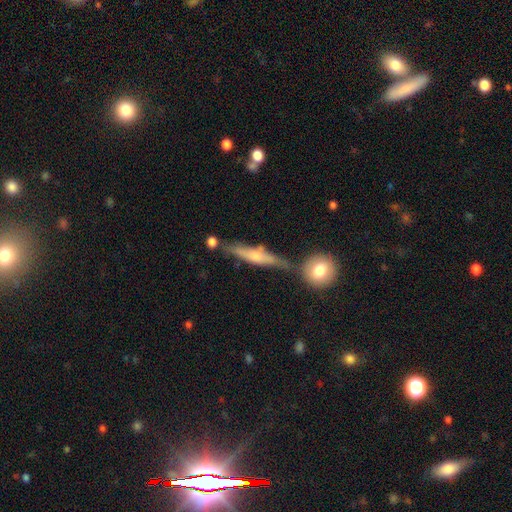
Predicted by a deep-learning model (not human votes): This appears to be a featured or disk galaxy (59%) viewed edge-on (92%) with a rounded central bulge (81%). Merging: none (69%).